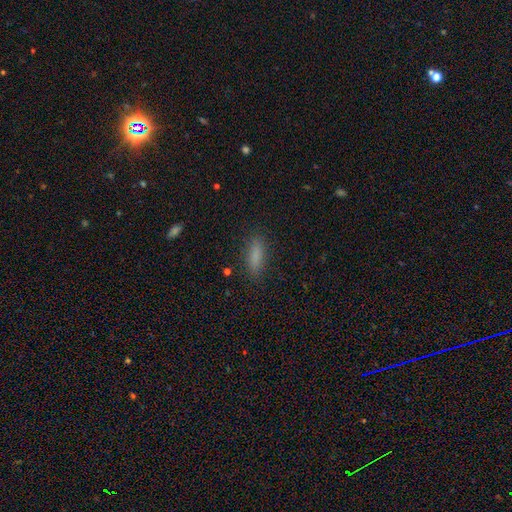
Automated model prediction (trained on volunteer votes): Smooth or featured? smooth (82%)
How rounded? cigar-shaped (51%)
Merging? none (86%)